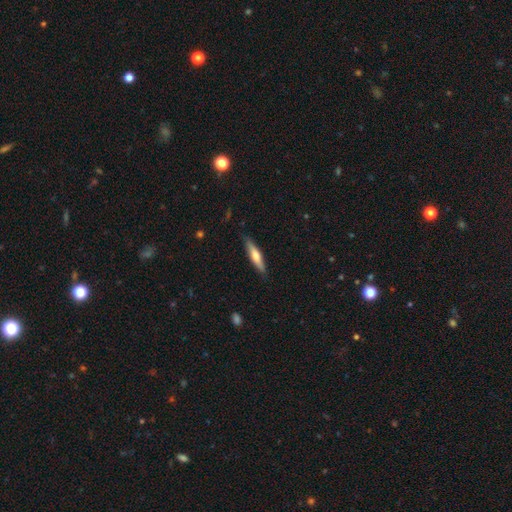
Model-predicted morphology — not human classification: Smooth or featured? Predicted: smooth (p=0.54). How rounded? Predicted: cigar-shaped (p=0.84). Merging? Predicted: none (p=0.86).